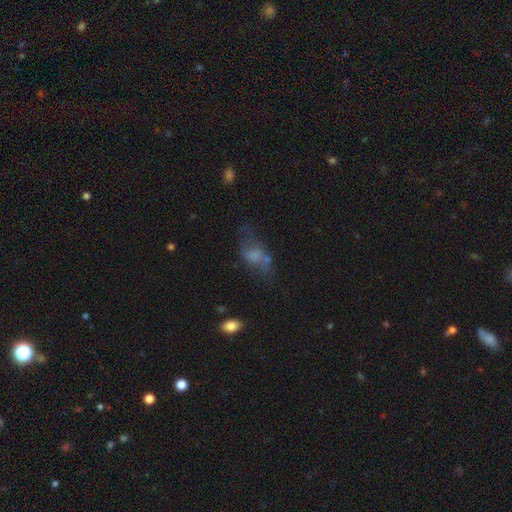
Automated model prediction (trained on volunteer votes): A smooth galaxy with no disk features (49%).

Vote fractions:
- Smooth or featured? smooth: 49% / featured or disk: 37% / star or artifact: 14%
- Merging? none: 39% / major disturbance: 29% / minor disturbance: 23% / merger: 10%